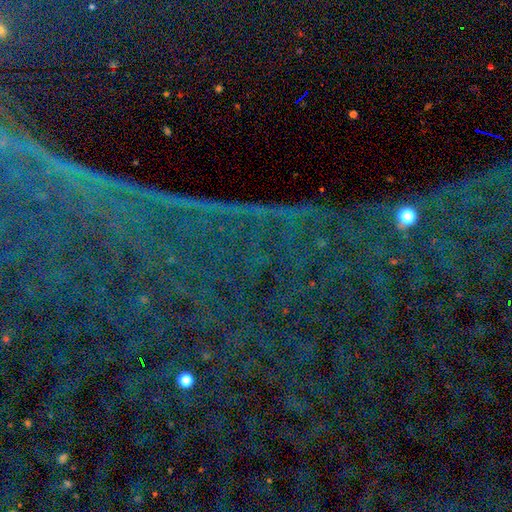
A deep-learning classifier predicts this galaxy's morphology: A star or artifact, not a galaxy (85%).